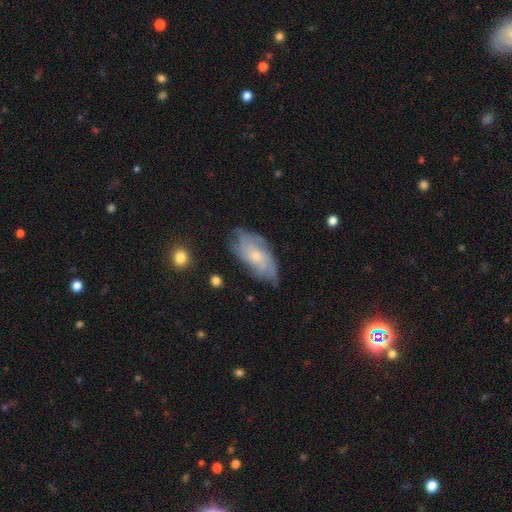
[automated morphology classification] featured or disk 64%, smooth 28%, star or artifact 8%. Down the decision tree: edge-on disk — no (92%); bar — no (77%); spiral arms — yes (85%); spiral arm count — can't tell (50%); spiral winding — tight (49%); bulge size — small (55%); merging — none (68%).